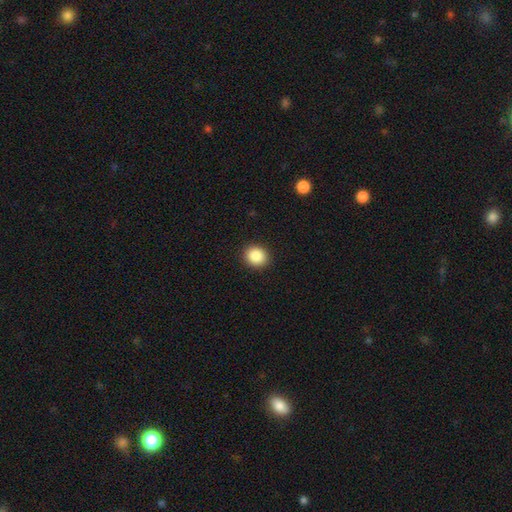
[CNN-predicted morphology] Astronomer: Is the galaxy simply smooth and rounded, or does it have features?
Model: smooth — 88%.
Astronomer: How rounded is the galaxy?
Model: round — 77%.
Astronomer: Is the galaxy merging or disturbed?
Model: none — 92%.